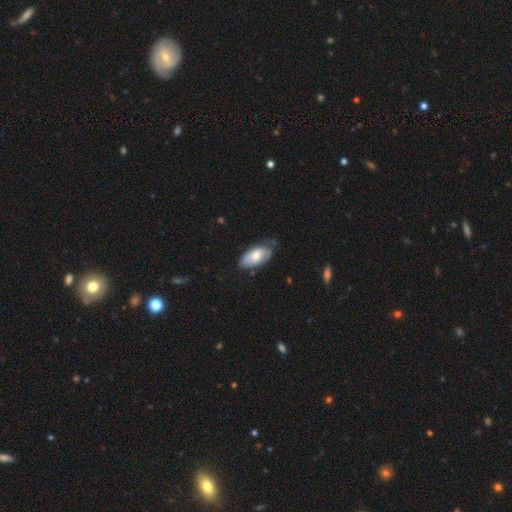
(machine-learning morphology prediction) Smooth or featured? smooth (60%)
How rounded? in between (93%)
Merging? none (56%)